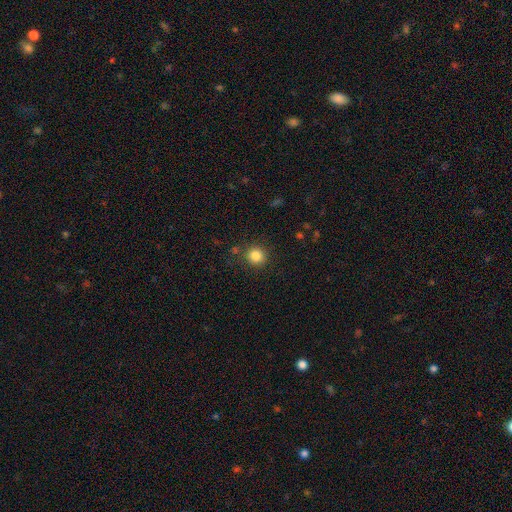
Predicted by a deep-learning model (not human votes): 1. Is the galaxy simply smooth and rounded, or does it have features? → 84% smooth, 11% star or artifact, 5% featured or disk.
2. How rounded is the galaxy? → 92% round, 7% in between, 1% cigar-shaped.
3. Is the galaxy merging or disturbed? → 85% none, 9% minor disturbance, 3% merger, 3% major disturbance.